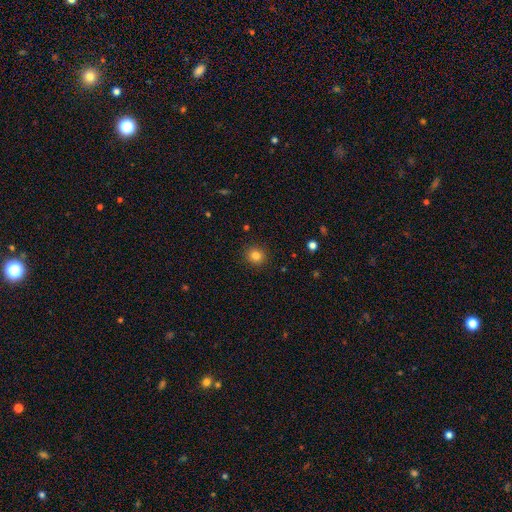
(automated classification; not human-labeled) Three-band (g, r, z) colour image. It shows a smooth galaxy with no disk features (83%) that is round (88%). Merging: none (91%).